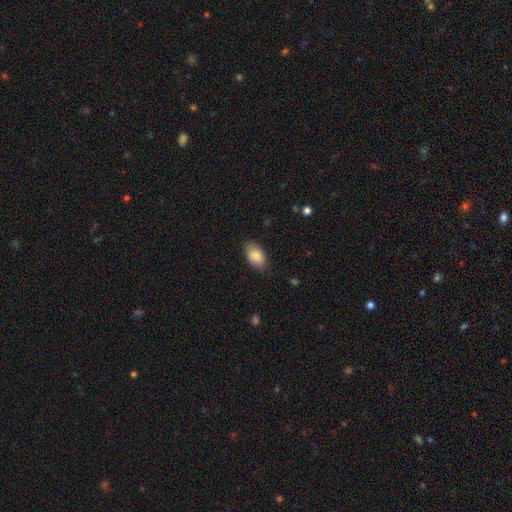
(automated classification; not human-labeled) A smooth galaxy with no disk features (86%) that is in between round and cigar-shaped (93%).

Vote fractions:
- Smooth or featured? smooth: 86% / featured or disk: 8% / star or artifact: 6%
- How rounded? in between: 93% / round: 5% / cigar-shaped: 2%
- Merging? none: 81% / minor disturbance: 15% / major disturbance: 3% / merger: 1%